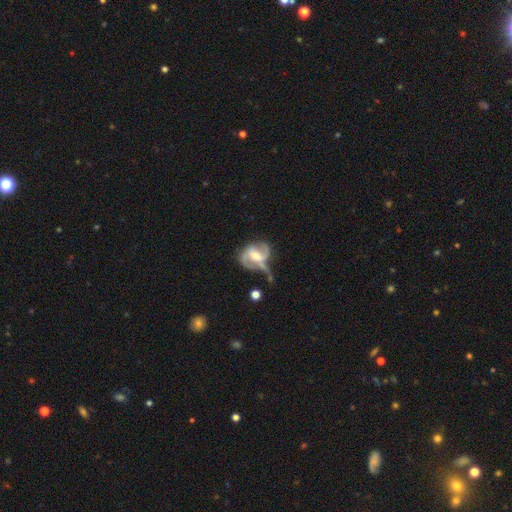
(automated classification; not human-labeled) The model was most divided on "merging": none: 31%, major disturbance: 30%, minor disturbance: 24%, merger: 15%. Remaining: edge-on disk — no (97%); spiral arms — yes (86%); smooth or featured — featured or disk (77%); spiral arm count — 2 (68%); bulge size — moderate (56%); bar — weak (46%); spiral winding — medium (45%).